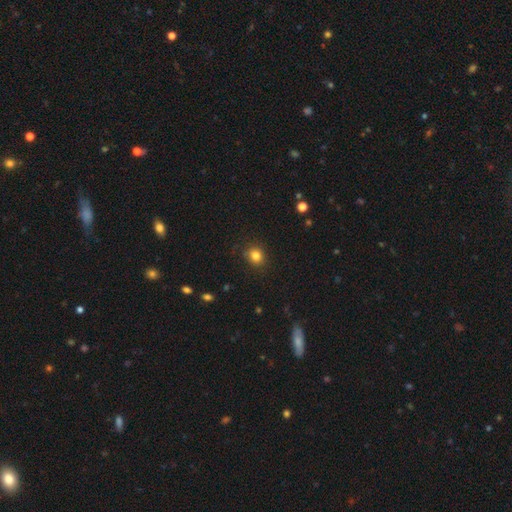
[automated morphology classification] Q: Smooth or featured?
A: smooth (82%); runner-up: star or artifact (12%)
Q: How rounded?
A: round (75%); runner-up: in between (24%)
Q: Merging?
A: none (85%); runner-up: minor disturbance (11%)